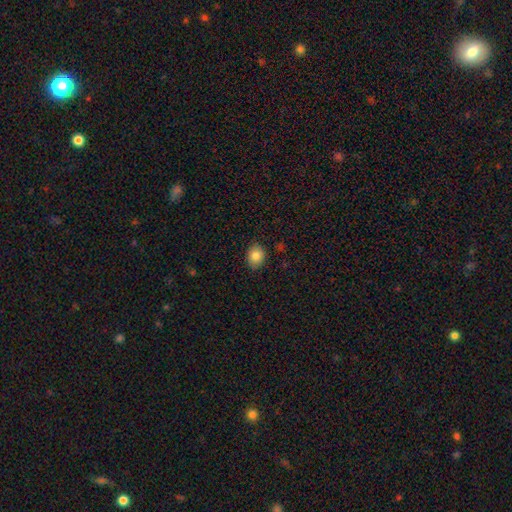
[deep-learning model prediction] Morphology: type=smooth (85%); roundness=round (52%); merging=none (86%).